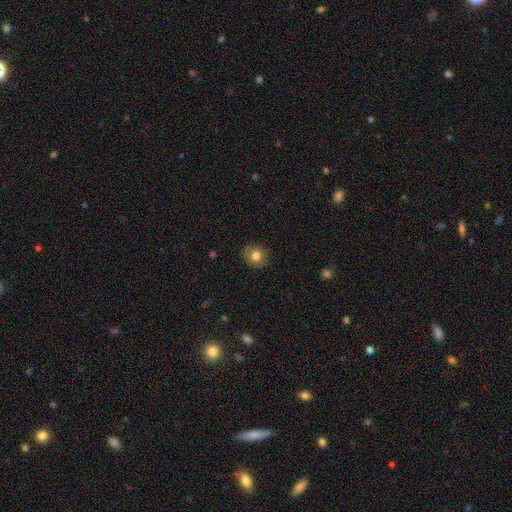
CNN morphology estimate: A smooth galaxy with no disk features (79%) that is round (72%).

Vote fractions:
- Smooth or featured? smooth: 79% / featured or disk: 11% / star or artifact: 10%
- How rounded? round: 72% / in between: 27% / cigar-shaped: 1%
- Merging? none: 87% / minor disturbance: 10% / major disturbance: 2% / merger: 1%